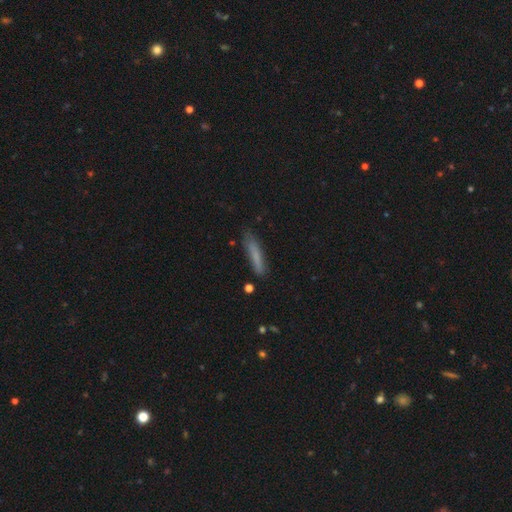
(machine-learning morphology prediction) Q: Smooth or featured?
A: smooth (74%); runner-up: featured or disk (19%)
Q: How rounded?
A: cigar-shaped (88%); runner-up: in between (10%)
Q: Merging?
A: none (77%); runner-up: minor disturbance (17%)